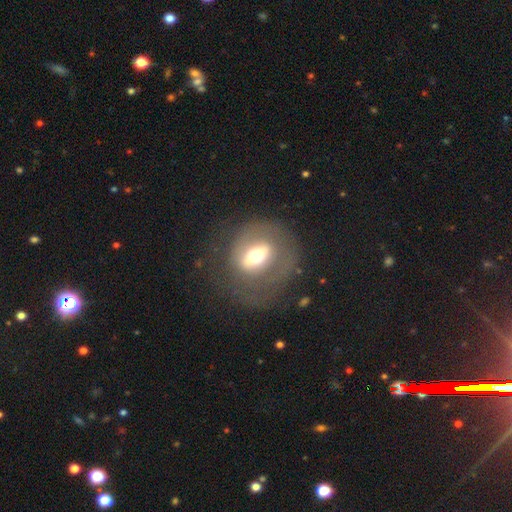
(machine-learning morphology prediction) Smooth or featured? featured or disk (56%)
Edge-on disk? no (87%)
Merging? none (56%)